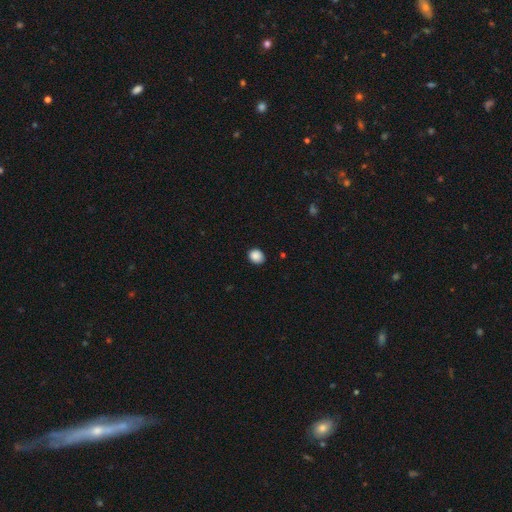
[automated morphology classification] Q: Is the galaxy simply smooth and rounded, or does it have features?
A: smooth — 88%.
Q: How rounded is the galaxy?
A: round — 61%.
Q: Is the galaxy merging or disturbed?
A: none — 86%.